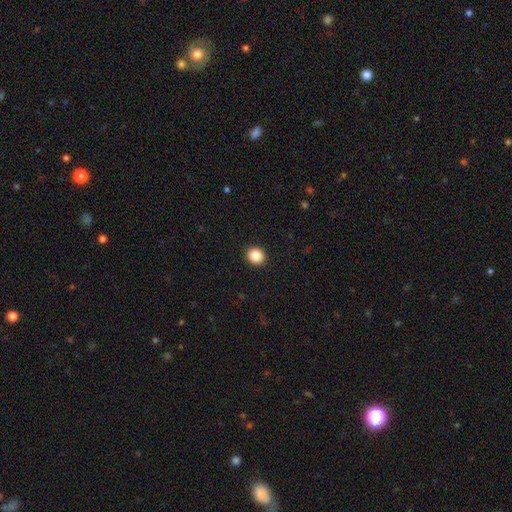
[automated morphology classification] Smooth or featured? Predicted: smooth (p=0.87). How rounded? Predicted: round (p=0.78). Merging? Predicted: none (p=0.92).